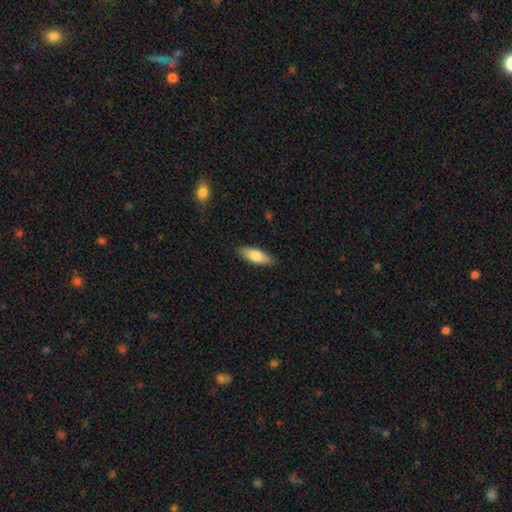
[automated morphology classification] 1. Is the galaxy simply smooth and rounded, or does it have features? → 80% smooth, 14% featured or disk, 6% star or artifact.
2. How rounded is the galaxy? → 70% in between, 28% cigar-shaped, 2% round.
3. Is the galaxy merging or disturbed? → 87% none, 10% minor disturbance, 2% major disturbance, 1% merger.